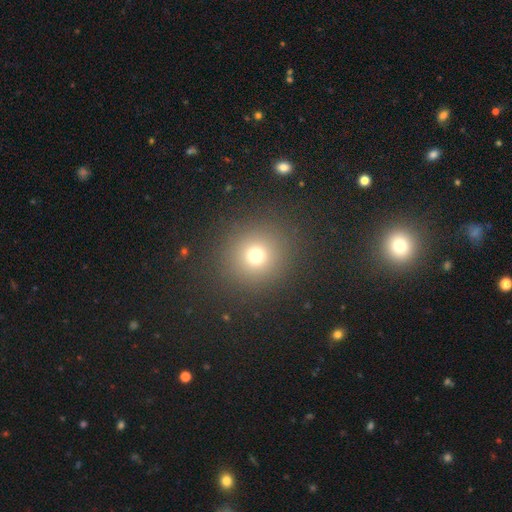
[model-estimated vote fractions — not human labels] Overall: smooth (72%). How rounded: round (92%). Merging: none (89%).